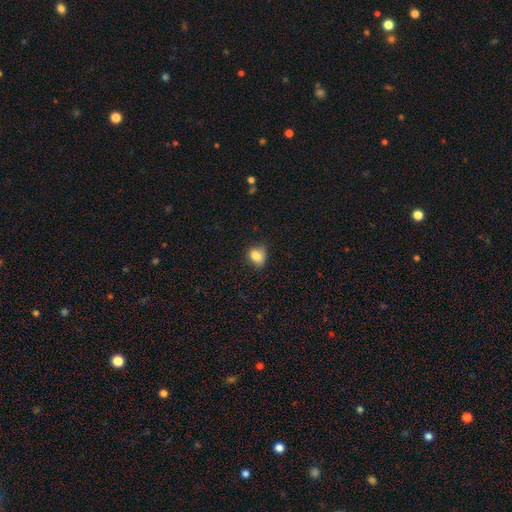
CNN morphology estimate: Smooth or featured? Predicted: smooth (p=0.81). How rounded? Predicted: round (p=0.50). Merging? Predicted: none (p=0.57).